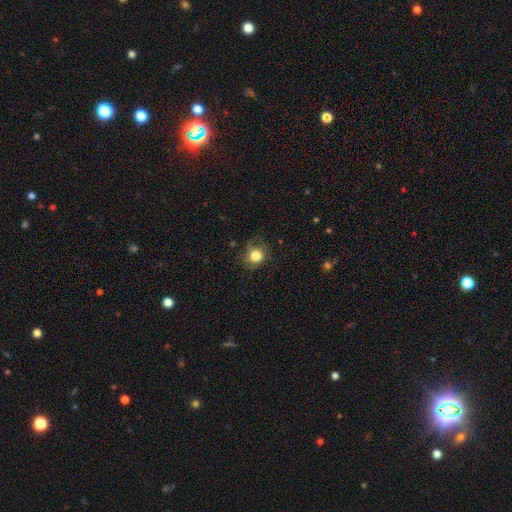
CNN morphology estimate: Smooth or featured? smooth (82%)
How rounded? round (80%)
Merging? none (67%)